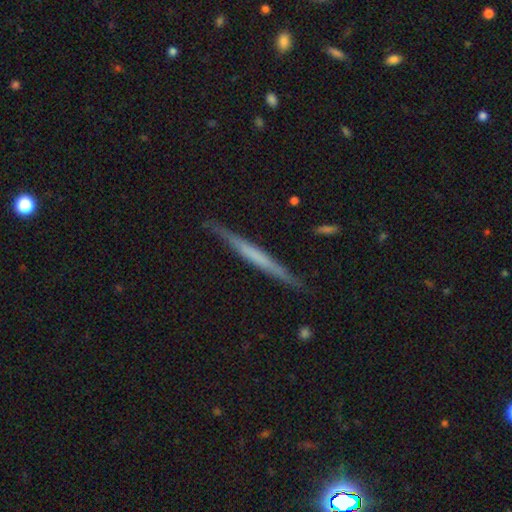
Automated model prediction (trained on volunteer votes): A featured or disk galaxy (57%) viewed edge-on (97%) with no central bulge (77%). Merging: none (88%).